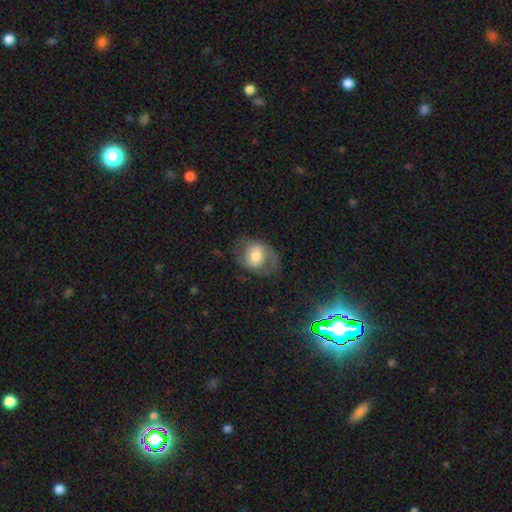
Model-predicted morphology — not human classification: type=featured or disk (50%); edge-on=no (96%); merging=none (61%).